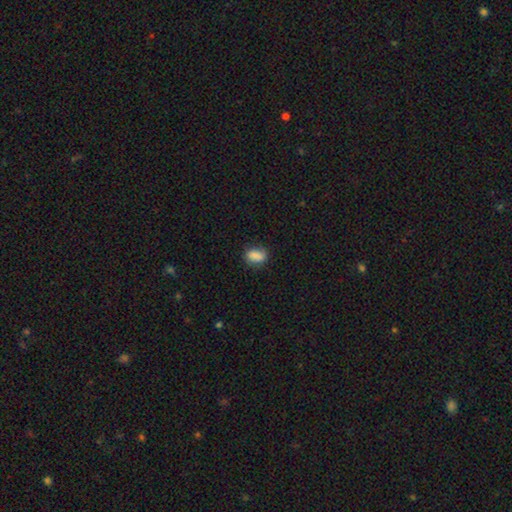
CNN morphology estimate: The model was most divided on "how rounded": in between: 74%, round: 22%, cigar-shaped: 4%. More confident: smooth or featured — smooth (84%); merging — none (73%).